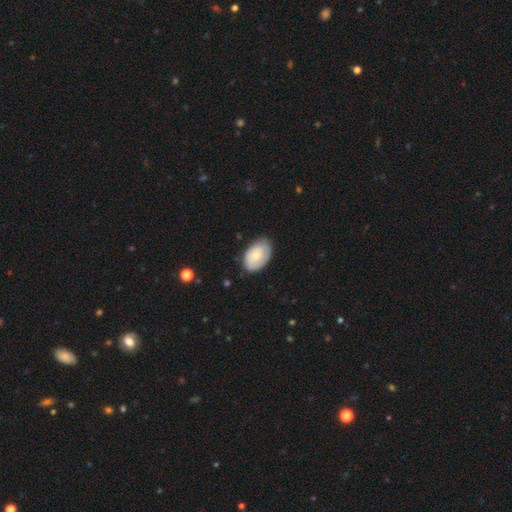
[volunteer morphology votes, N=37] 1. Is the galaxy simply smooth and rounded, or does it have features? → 76% smooth, 22% featured or disk, 3% star or artifact.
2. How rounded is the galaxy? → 86% in between, 14% round, 0% cigar-shaped.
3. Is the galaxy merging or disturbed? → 75% none, 17% minor disturbance, 6% major disturbance, 3% merger.